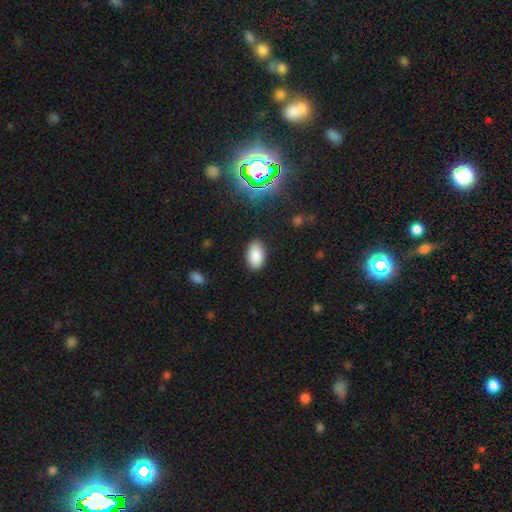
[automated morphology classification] smooth_or_featured: smooth (p=0.86) [alt: star or artifact p=0.09]
how_rounded: in between (p=0.93) [alt: round p=0.06]
merging: none (p=0.86) [alt: minor disturbance p=0.10]